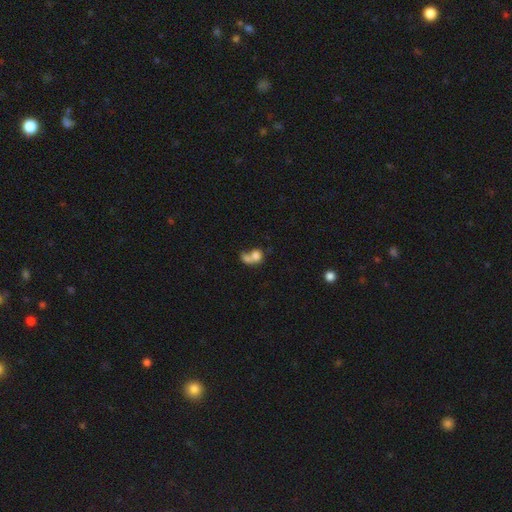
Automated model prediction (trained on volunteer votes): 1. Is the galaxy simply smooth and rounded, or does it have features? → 69% smooth, 21% featured or disk, 10% star or artifact.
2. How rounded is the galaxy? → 53% round, 45% in between, 2% cigar-shaped.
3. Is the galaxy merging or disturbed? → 60% merger, 19% none, 13% major disturbance, 8% minor disturbance.